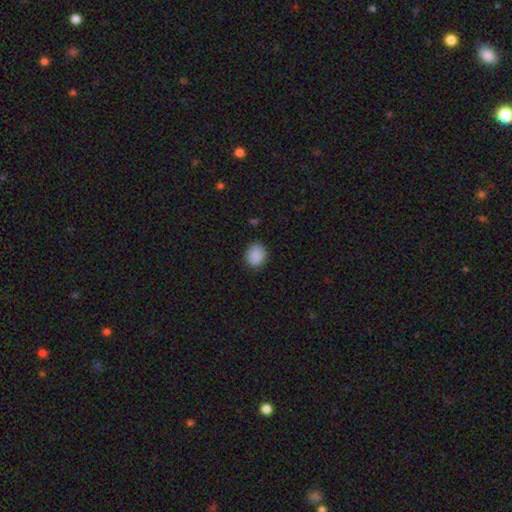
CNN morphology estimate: smooth-or-featured: smooth: 89% | star or artifact: 8% | featured or disk: 3%
  how-rounded: round: 68% | in between: 32% | cigar-shaped: 1%
  merging: none: 85% | minor disturbance: 11% | major disturbance: 3% | merger: 1%